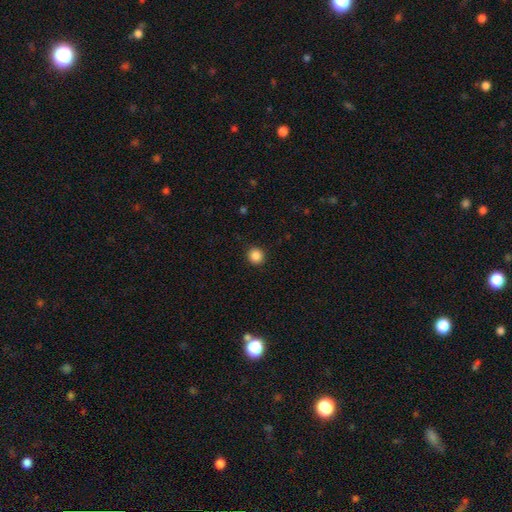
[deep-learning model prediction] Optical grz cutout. It shows a smooth galaxy with no disk features (87%) that is round (91%). Merging: none (91%).